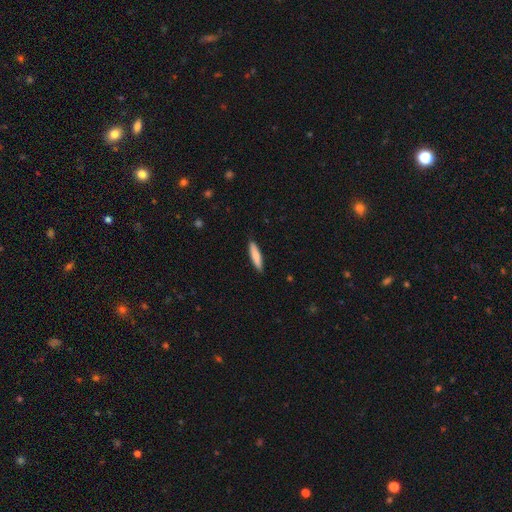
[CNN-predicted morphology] type=smooth (79%); roundness=cigar-shaped (82%); merging=none (90%).